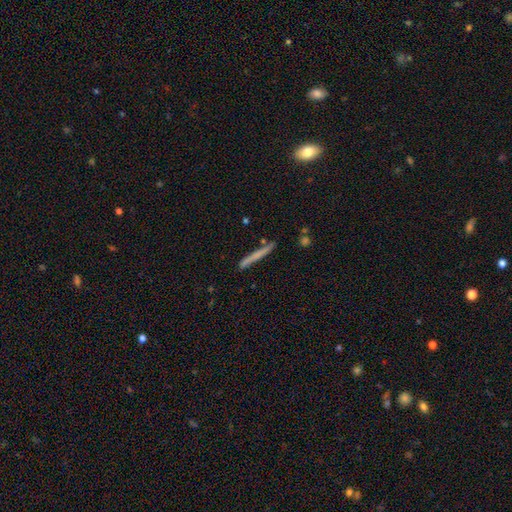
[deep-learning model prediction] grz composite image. It shows a smooth galaxy with no disk features (57%) that is cigar-shaped (96%). Merging: none (85%).